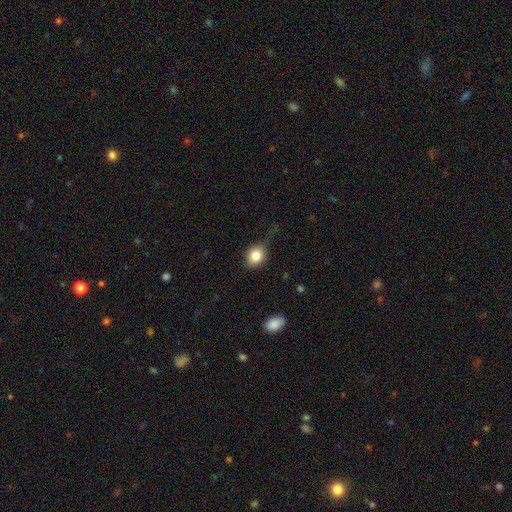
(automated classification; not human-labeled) This appears to be a smooth galaxy with no disk features (81%) that is in between round and cigar-shaped (50%). Merging: none (64%).